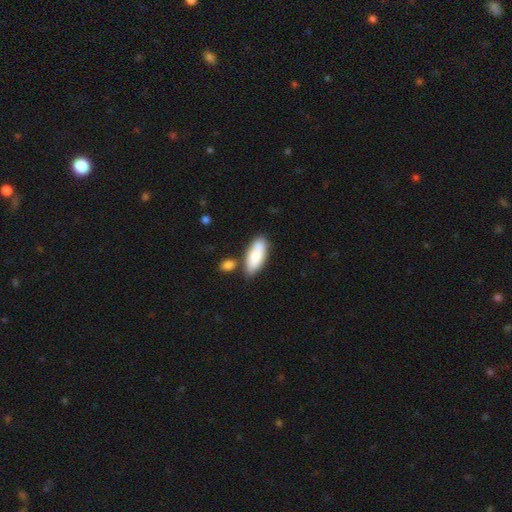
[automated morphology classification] Overall: smooth (81%). How rounded: in between (82%). Merging: none (62%).